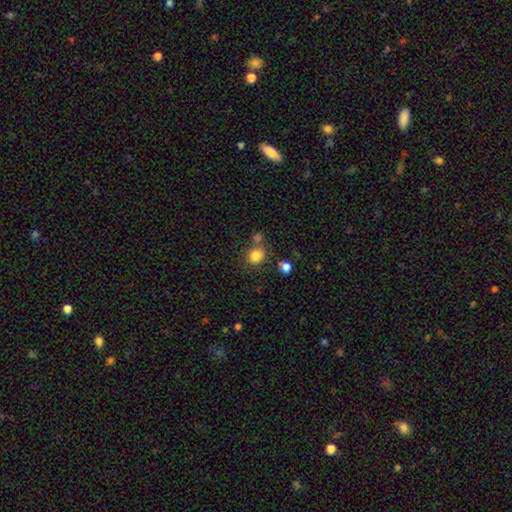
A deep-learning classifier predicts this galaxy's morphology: This appears to be a smooth galaxy with no disk features (83%) that is round (72%). Merging: none (66%).